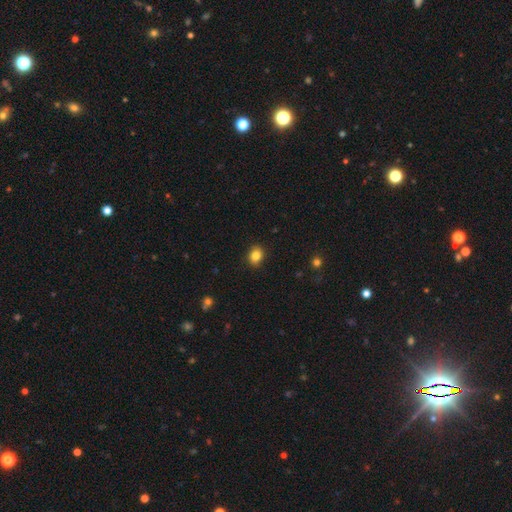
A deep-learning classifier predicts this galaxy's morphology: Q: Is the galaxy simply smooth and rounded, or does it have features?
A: smooth — 85%.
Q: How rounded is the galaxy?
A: round — 54%.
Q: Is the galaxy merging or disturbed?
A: none — 87%.